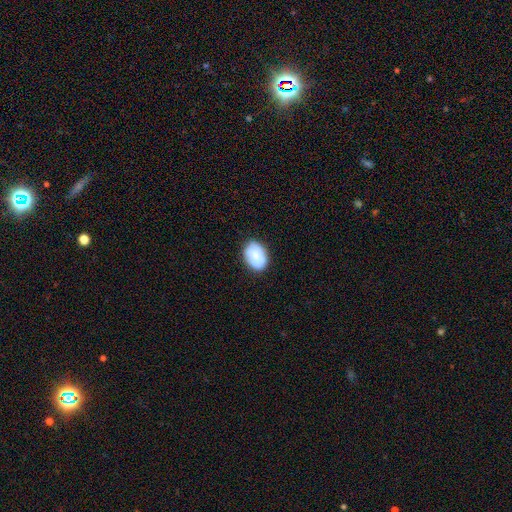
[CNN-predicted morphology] Smooth or featured: smooth — 74% (featured or disk — 19%)
How rounded: in between — 79% (round — 20%)
Merging: none — 80% (minor disturbance — 16%)